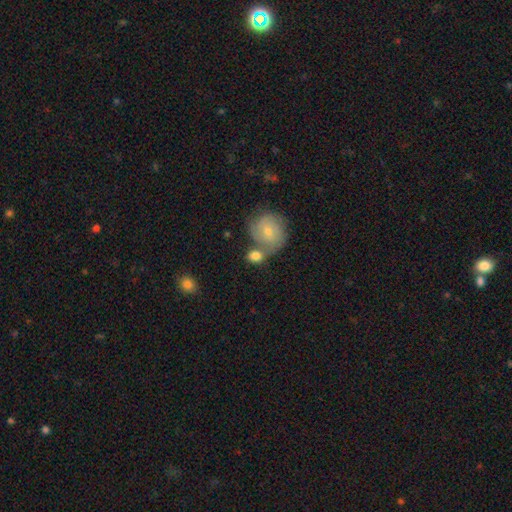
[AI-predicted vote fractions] Morphology: type=smooth (74%); roundness=round (58%); merging=merger (43%).